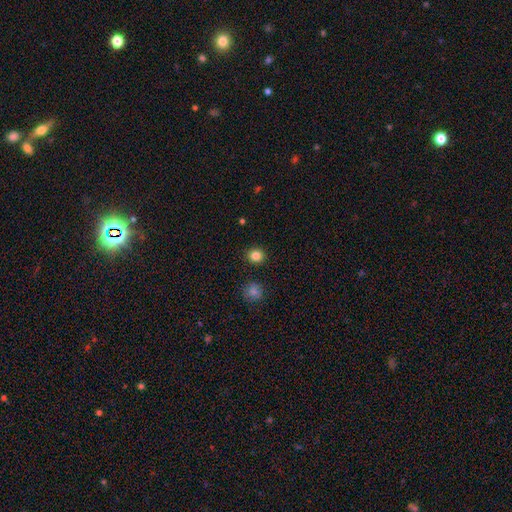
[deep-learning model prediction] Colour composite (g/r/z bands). It shows a smooth galaxy with no disk features (84%) that is round (84%). Merging: none (91%).